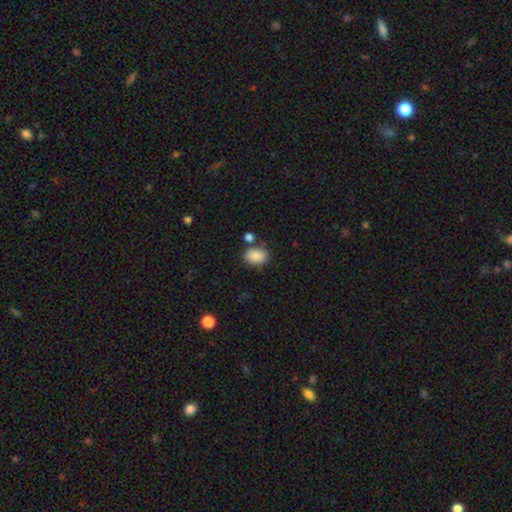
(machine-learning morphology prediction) smooth 87%, star or artifact 8%, featured or disk 5%. Down the decision tree: how rounded — in between (74%); merging — none (71%).